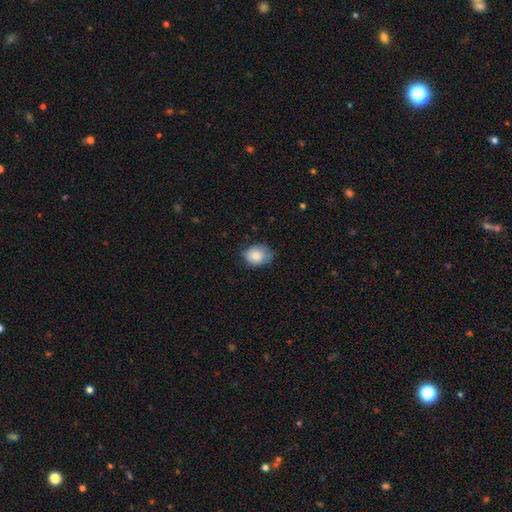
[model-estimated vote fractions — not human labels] Q: Smooth or featured?
A: smooth (82%); runner-up: featured or disk (11%)
Q: How rounded?
A: in between (56%); runner-up: round (43%)
Q: Merging?
A: none (61%); runner-up: minor disturbance (31%)